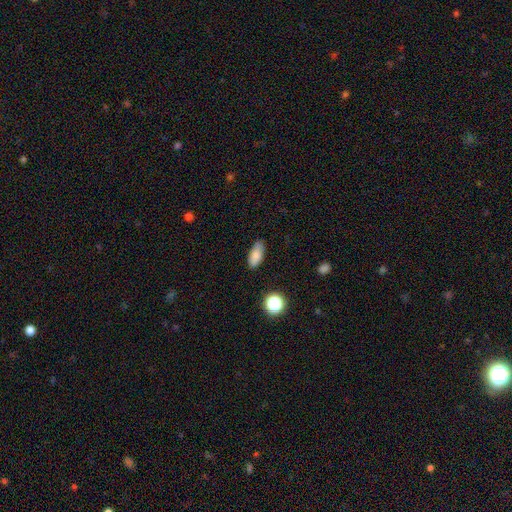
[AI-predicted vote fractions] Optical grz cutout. It shows a smooth galaxy with no disk features (82%) that is in between round and cigar-shaped (86%). Merging: none (83%).